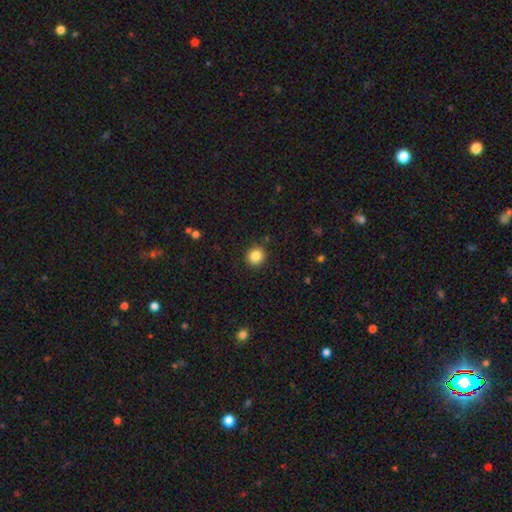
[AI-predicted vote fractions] smooth_or_featured: smooth (p=0.85) [alt: star or artifact p=0.10]
how_rounded: round (p=0.89) [alt: in between p=0.10]
merging: none (p=0.91) [alt: minor disturbance p=0.06]